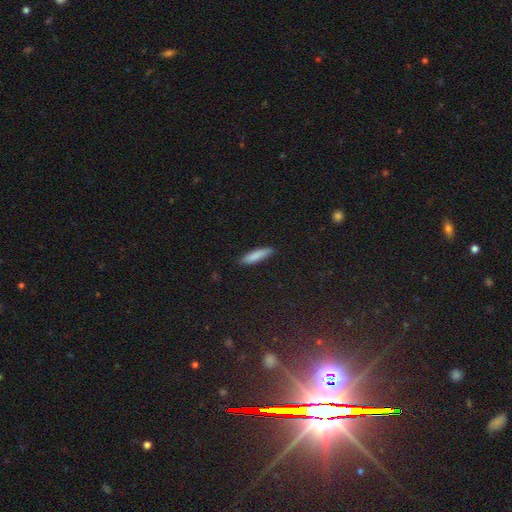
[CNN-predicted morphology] Q: Smooth or featured?
A: smooth (84%); runner-up: featured or disk (9%)
Q: How rounded?
A: cigar-shaped (78%); runner-up: in between (21%)
Q: Merging?
A: none (88%); runner-up: minor disturbance (9%)